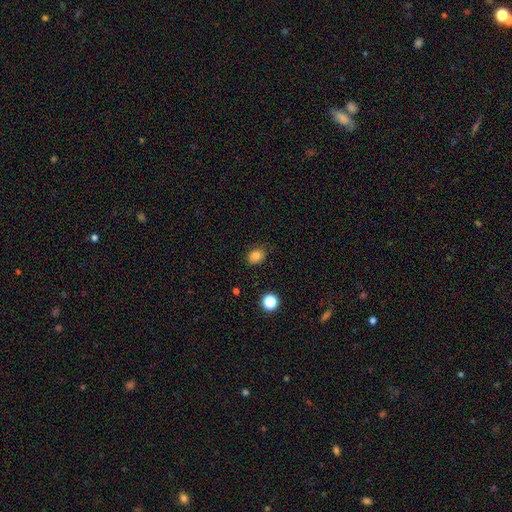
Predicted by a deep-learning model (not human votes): Smooth or featured? smooth (83%)
How rounded? in between (58%)
Merging? none (83%)